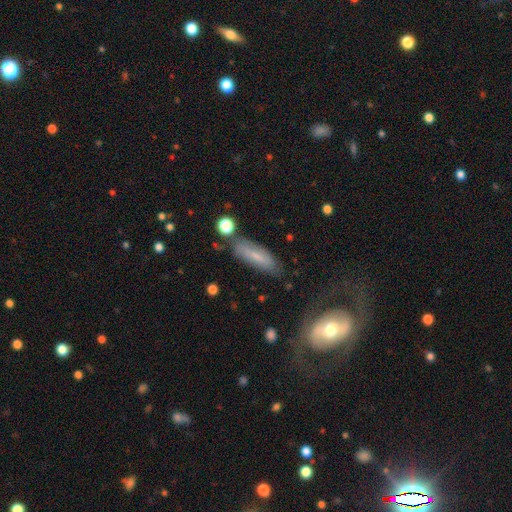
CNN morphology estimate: smooth 61%, featured or disk 30%, star or artifact 8%. Down the decision tree: how rounded — cigar-shaped (50%); merging — none (72%).